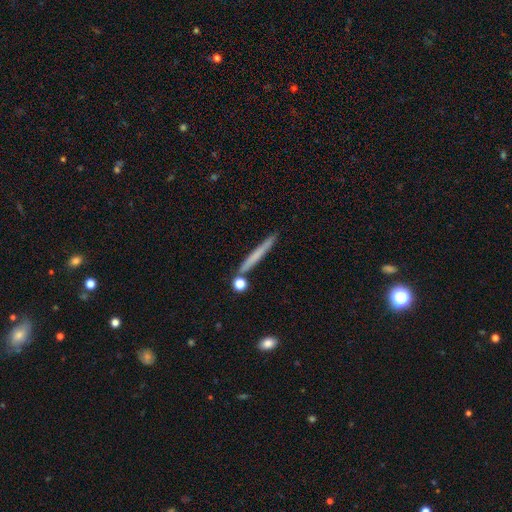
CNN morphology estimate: smooth 61%, featured or disk 32%, star or artifact 7%. Down the decision tree: how rounded — cigar-shaped (96%); merging — none (83%).